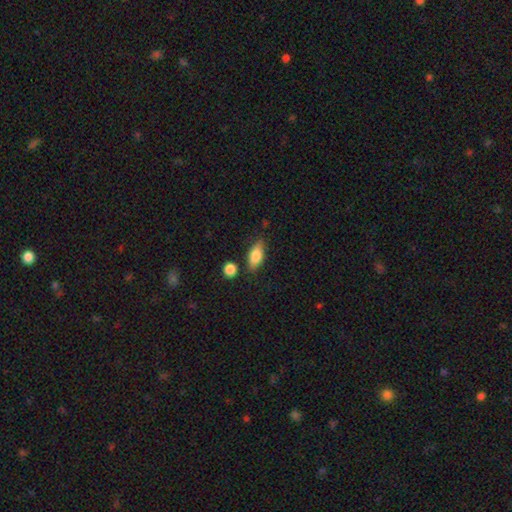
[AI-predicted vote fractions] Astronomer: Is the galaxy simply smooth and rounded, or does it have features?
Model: smooth — 76%.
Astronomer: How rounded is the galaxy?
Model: in between — 81%.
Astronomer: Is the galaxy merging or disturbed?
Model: none — 77%.